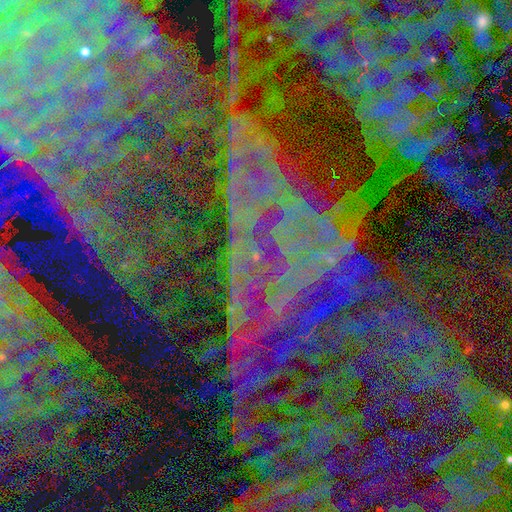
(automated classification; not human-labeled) Smooth or featured? Predicted: star or artifact (p=0.86).